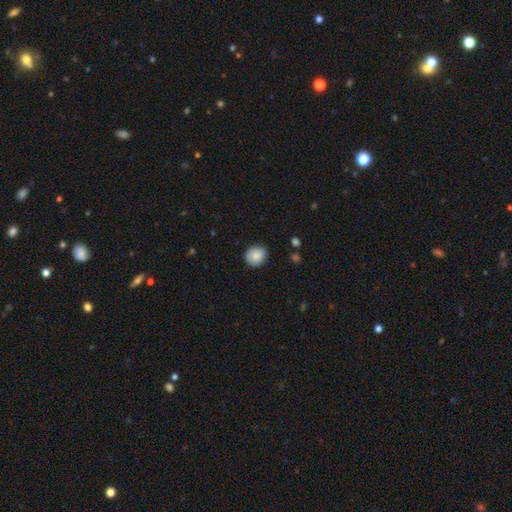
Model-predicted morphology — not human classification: smooth-or-featured: smooth: 86% | star or artifact: 8% | featured or disk: 6%
  how-rounded: round: 81% | in between: 18% | cigar-shaped: 1%
  merging: none: 83% | minor disturbance: 13% | major disturbance: 2% | merger: 1%